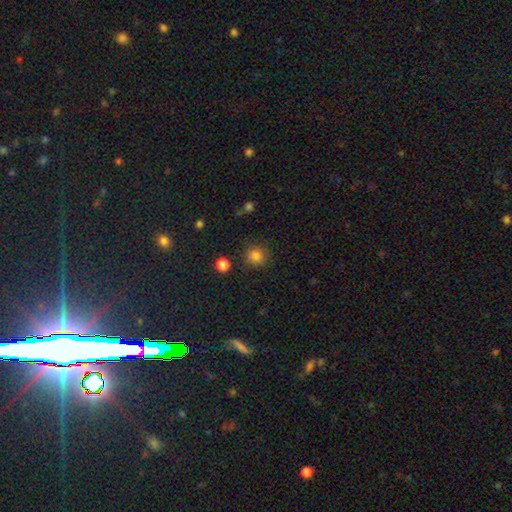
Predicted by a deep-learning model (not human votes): Q: Smooth or featured?
A: smooth (83%); runner-up: star or artifact (13%)
Q: How rounded?
A: round (88%); runner-up: in between (11%)
Q: Merging?
A: none (86%); runner-up: minor disturbance (9%)